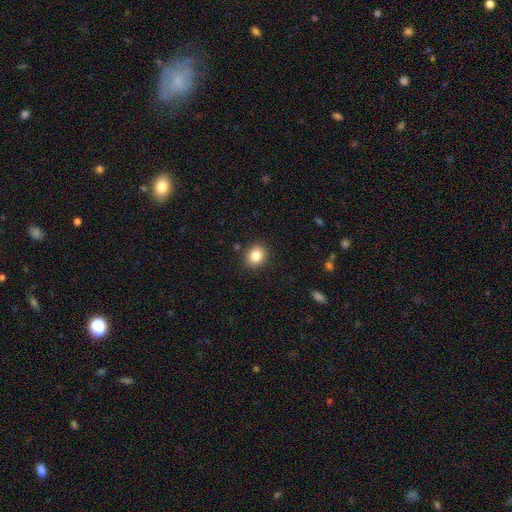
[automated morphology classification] smooth-or-featured: smooth: 84% | star or artifact: 10% | featured or disk: 6%
  how-rounded: round: 71% | in between: 28% | cigar-shaped: 1%
  merging: none: 89% | minor disturbance: 7% | major disturbance: 2% | merger: 1%